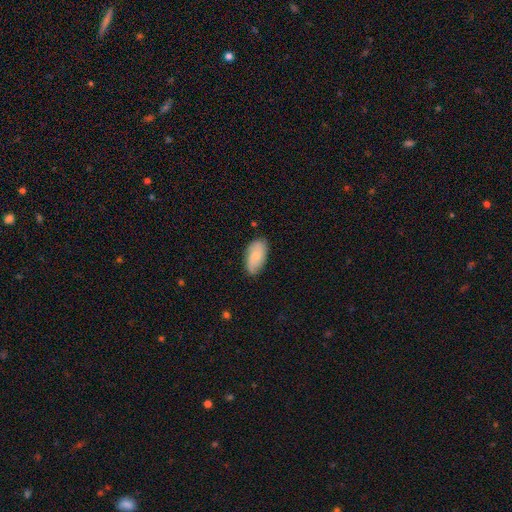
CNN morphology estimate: A smooth galaxy with no disk features (63%) that is in between round and cigar-shaped (93%).

Vote fractions:
- Smooth or featured? smooth: 63% / featured or disk: 31% / star or artifact: 7%
- How rounded? in between: 93% / cigar-shaped: 4% / round: 3%
- Merging? none: 76% / minor disturbance: 19% / major disturbance: 3% / merger: 1%